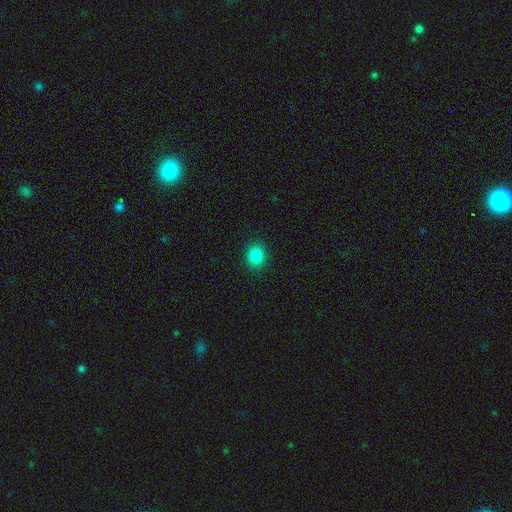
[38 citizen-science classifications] Q: Smooth or featured?
A: smooth (97%); runner-up: star or artifact (3%)
Q: How rounded?
A: round (70%); runner-up: in between (30%)
Q: Merging?
A: none (100%)